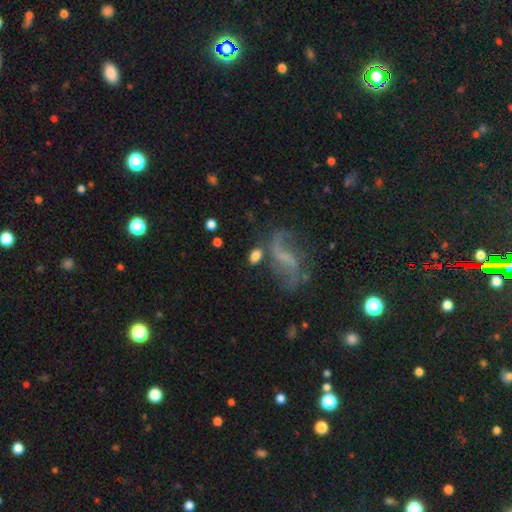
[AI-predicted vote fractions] Morphology: type=smooth (56%); roundness=in between (79%); merging=none (59%).